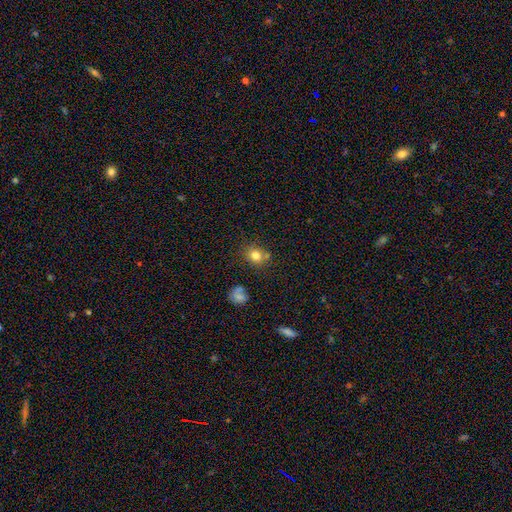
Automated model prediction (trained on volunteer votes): smooth-or-featured: smooth: 79% | star or artifact: 12% | featured or disk: 9%
  how-rounded: round: 71% | in between: 28% | cigar-shaped: 1%
  merging: none: 72% | minor disturbance: 13% | merger: 11% | major disturbance: 4%